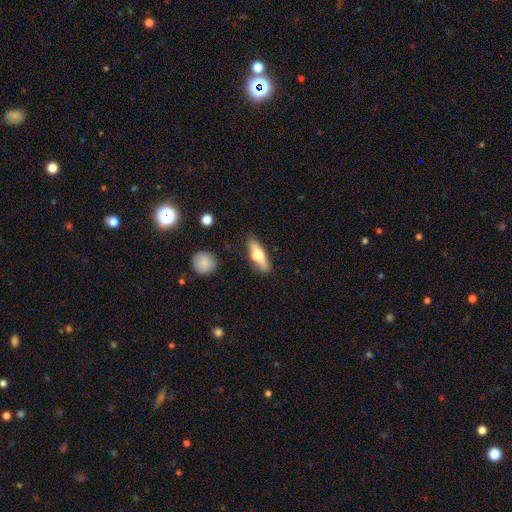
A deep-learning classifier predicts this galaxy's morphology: A smooth galaxy with no disk features (56%) that is cigar-shaped (52%). Merging: none (79%).